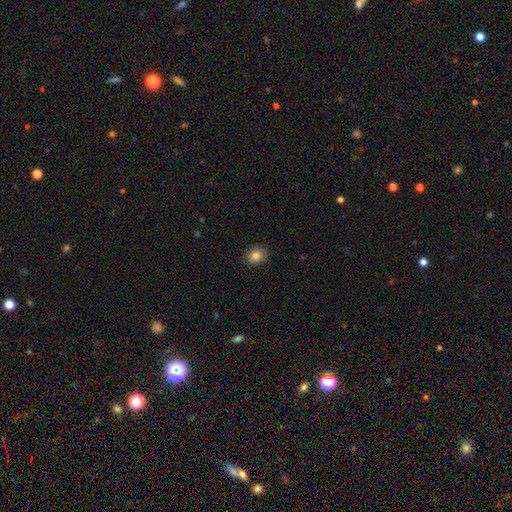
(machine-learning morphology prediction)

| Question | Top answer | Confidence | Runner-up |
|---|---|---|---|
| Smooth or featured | smooth | 84% | star or artifact (10%) |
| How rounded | round | 51% | in between (48%) |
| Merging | none | 88% | minor disturbance (9%) |